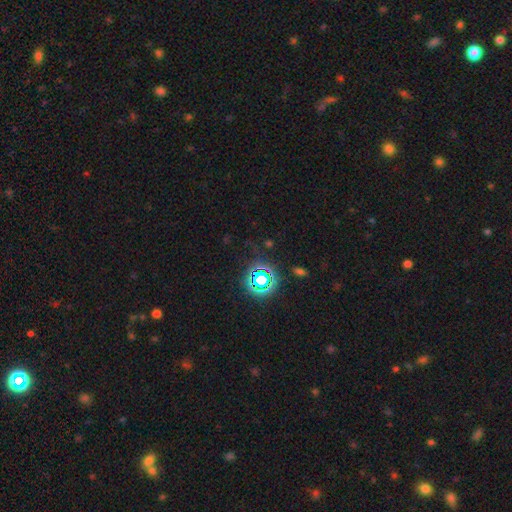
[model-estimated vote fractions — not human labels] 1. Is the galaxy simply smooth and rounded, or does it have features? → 73% star or artifact, 20% smooth, 7% featured or disk.